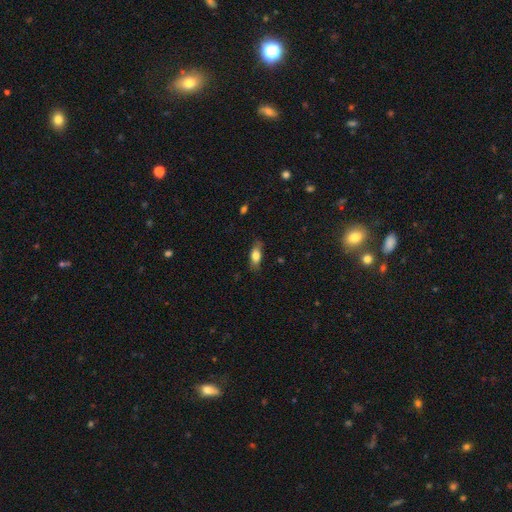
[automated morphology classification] This appears to be a smooth galaxy with no disk features (74%) that is in between round and cigar-shaped (75%). Merging: none (77%).